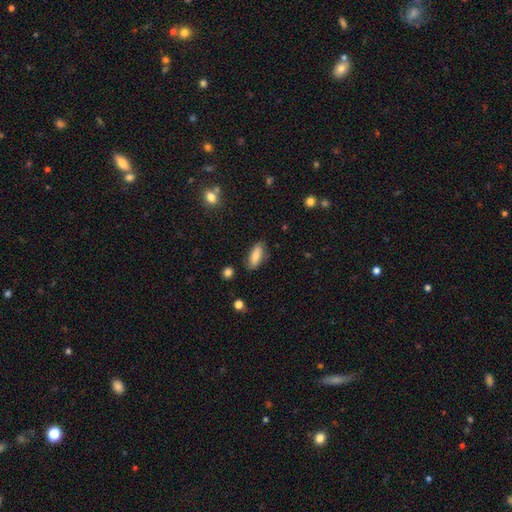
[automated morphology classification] smooth-or-featured: smooth: 75% | featured or disk: 18% | star or artifact: 7%
  how-rounded: in between: 76% | cigar-shaped: 22% | round: 3%
  merging: none: 78% | minor disturbance: 17% | major disturbance: 3% | merger: 2%